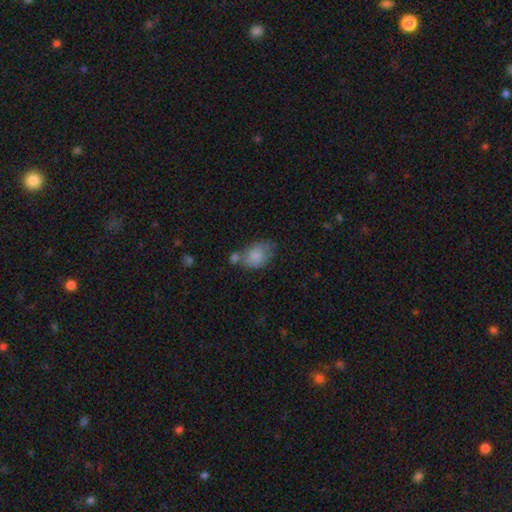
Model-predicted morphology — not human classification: type=smooth (81%); roundness=in between (81%); merging=none (40%).